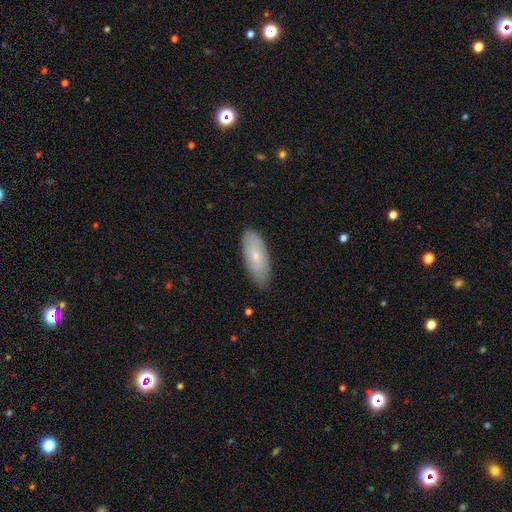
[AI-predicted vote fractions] A smooth galaxy with no disk features (67%) that is in between round and cigar-shaped (80%).

Vote fractions:
- Smooth or featured? smooth: 67% / featured or disk: 27% / star or artifact: 6%
- How rounded? in between: 80% / cigar-shaped: 18% / round: 2%
- Merging? none: 81% / minor disturbance: 15% / major disturbance: 2% / merger: 1%